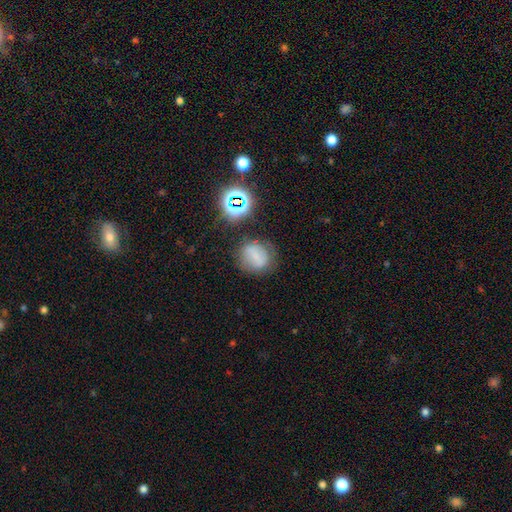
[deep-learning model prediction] Smooth or featured? smooth (62%)
How rounded? round (70%)
Merging? none (67%)